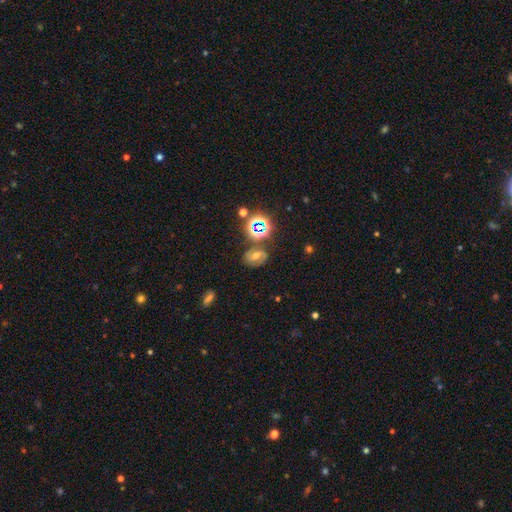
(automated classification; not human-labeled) The model was most divided on "smooth or featured" (2-way tie): star or artifact: 37%, featured or disk: 37%, smooth: 26%.